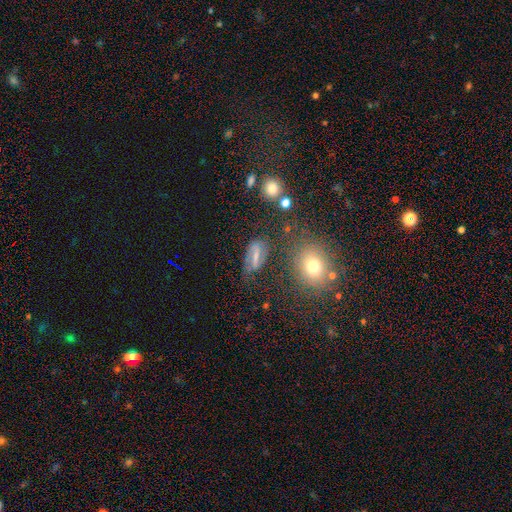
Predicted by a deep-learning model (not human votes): Morphology: type=featured or disk (44%); merging=none (58%).